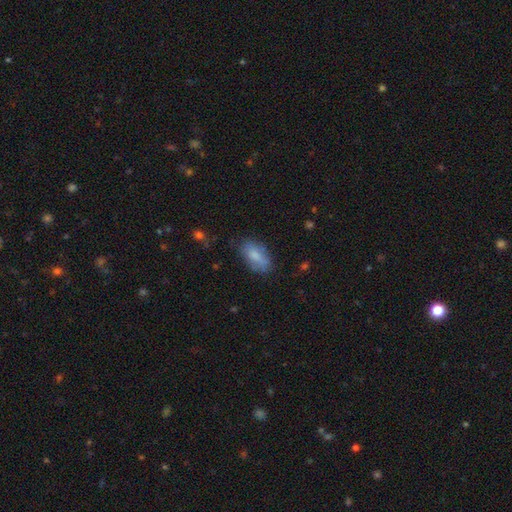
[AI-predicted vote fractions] Q: Smooth or featured?
A: smooth (78%); runner-up: featured or disk (15%)
Q: How rounded?
A: in between (90%); runner-up: cigar-shaped (7%)
Q: Merging?
A: none (67%); runner-up: minor disturbance (24%)